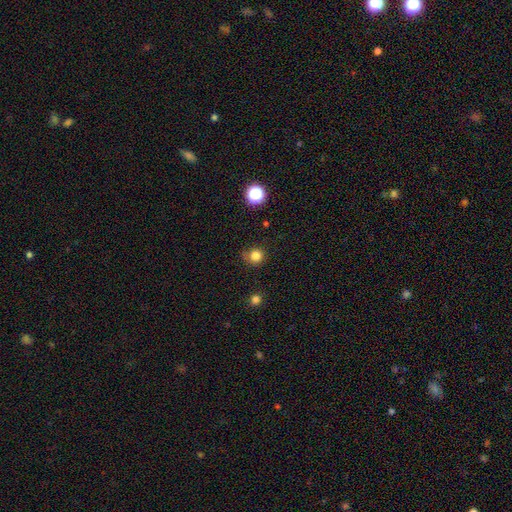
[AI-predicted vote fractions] Smooth or featured? smooth (81%)
How rounded? round (87%)
Merging? none (71%)